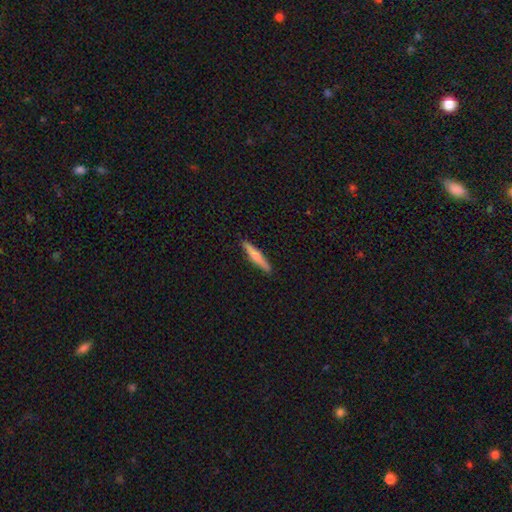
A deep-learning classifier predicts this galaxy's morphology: This is likely a smooth galaxy (63%). How rounded: clearly cigar-shaped (93%). Merging: clearly none (90%).